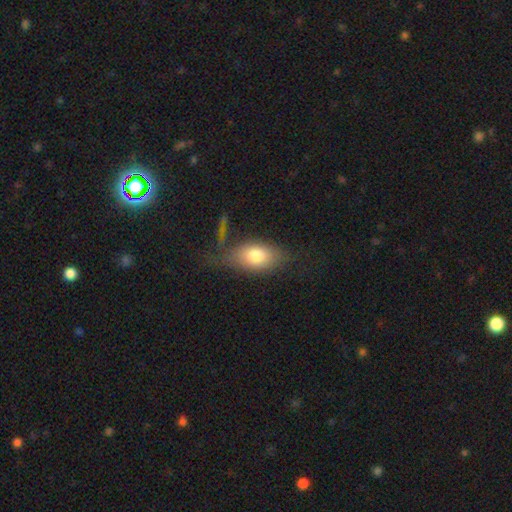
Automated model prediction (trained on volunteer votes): smooth-or-featured: smooth: 77% | featured or disk: 16% | star or artifact: 7%
  how-rounded: in between: 87% | round: 10% | cigar-shaped: 4%
  merging: none: 54% | minor disturbance: 23% | major disturbance: 17% | merger: 6%